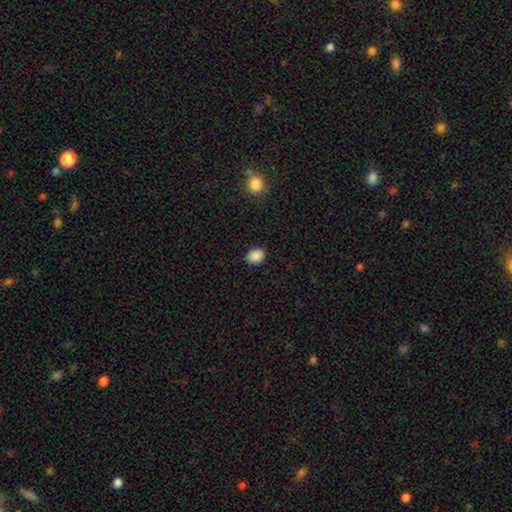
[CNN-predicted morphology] Overall: smooth (88%). How rounded: in between (65%; round 34%). Merging: none (87%).